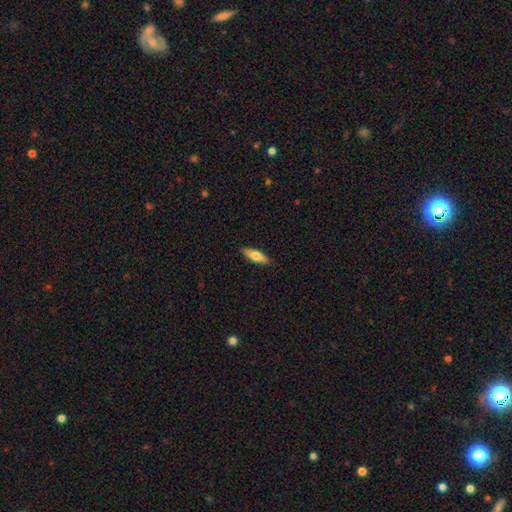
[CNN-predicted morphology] A smooth galaxy with no disk features (69%) that is in between round and cigar-shaped (64%). Merging: none (89%).